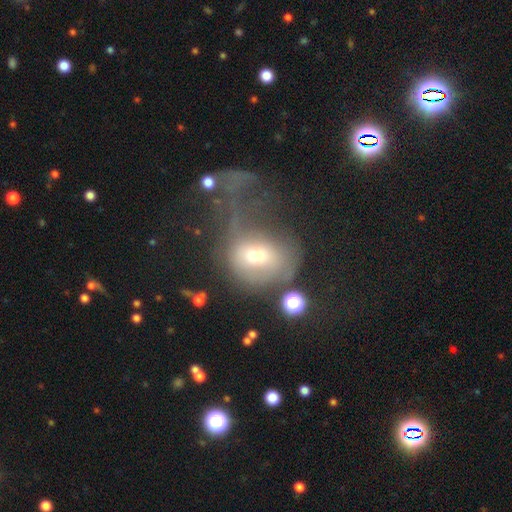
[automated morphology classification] smooth_or_featured: smooth (p=0.49) [alt: featured or disk p=0.36]
merging: major disturbance (p=0.65) [alt: none p=0.14]